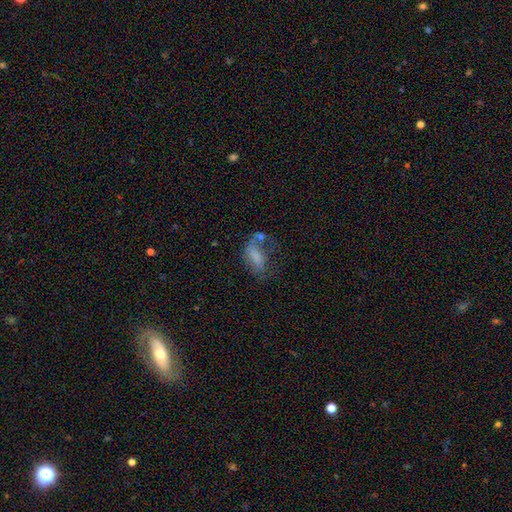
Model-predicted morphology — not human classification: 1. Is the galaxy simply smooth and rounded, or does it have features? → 57% smooth, 30% featured or disk, 13% star or artifact.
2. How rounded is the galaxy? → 85% in between, 8% cigar-shaped, 7% round.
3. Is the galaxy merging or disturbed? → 36% major disturbance, 28% none, 21% minor disturbance, 15% merger.